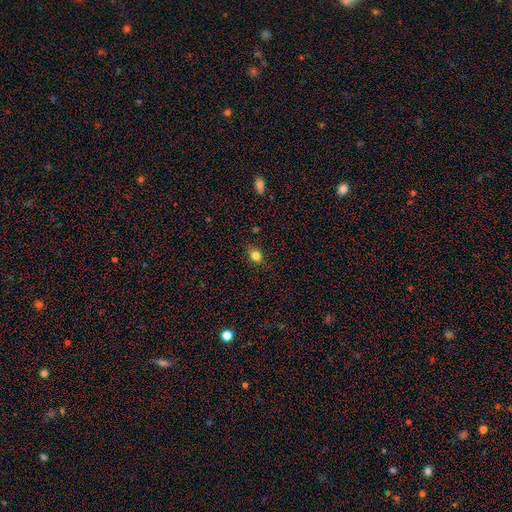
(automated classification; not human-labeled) A smooth galaxy with no disk features (81%) that is round (63%).

Vote fractions:
- Smooth or featured? smooth: 81% / star or artifact: 13% / featured or disk: 6%
- How rounded? round: 63% / in between: 36% / cigar-shaped: 1%
- Merging? none: 84% / minor disturbance: 12% / major disturbance: 3% / merger: 1%